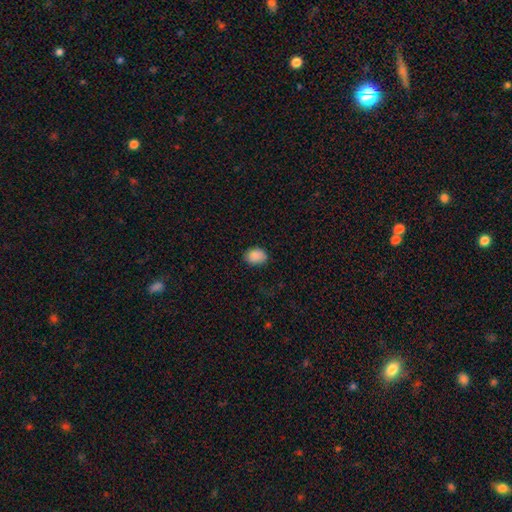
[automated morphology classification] type=smooth (88%); roundness=in between (71%); merging=none (80%).